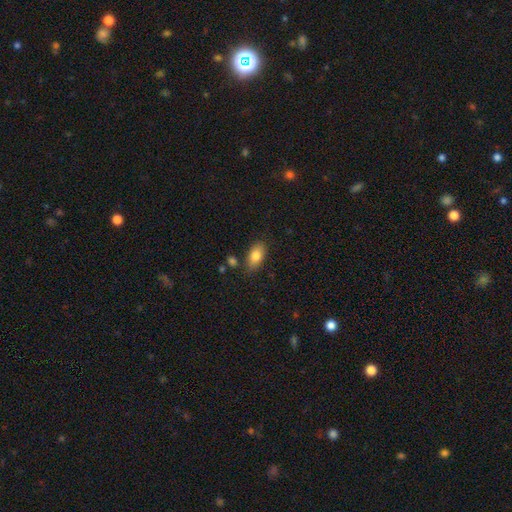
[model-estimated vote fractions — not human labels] A smooth galaxy with no disk features (82%) that is in between round and cigar-shaped (91%).

Vote fractions:
- Smooth or featured? smooth: 82% / featured or disk: 10% / star or artifact: 7%
- How rounded? in between: 91% / round: 5% / cigar-shaped: 4%
- Merging? none: 76% / minor disturbance: 16% / merger: 5% / major disturbance: 4%